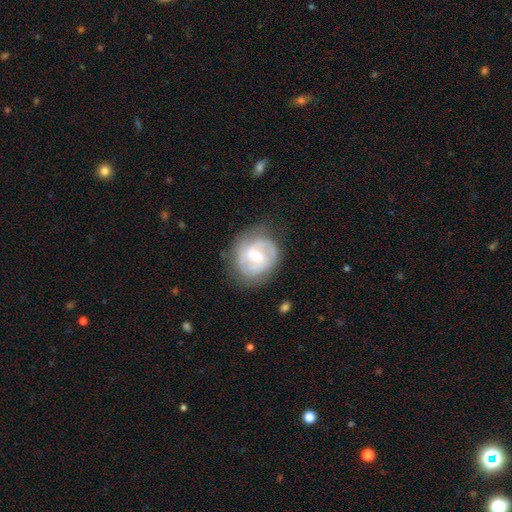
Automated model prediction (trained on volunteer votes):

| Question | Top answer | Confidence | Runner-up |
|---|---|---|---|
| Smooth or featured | featured or disk | 75% | smooth (20%) |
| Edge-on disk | no | 97% | yes (3%) |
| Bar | weak | 46% | no (36%) |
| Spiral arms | yes | 86% | no (14%) |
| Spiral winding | tight | 47% | medium (39%) |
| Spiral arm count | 2 | 55% | can't tell (23%) |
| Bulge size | moderate | 54% | small (43%) |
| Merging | none | 71% | minor disturbance (19%) |